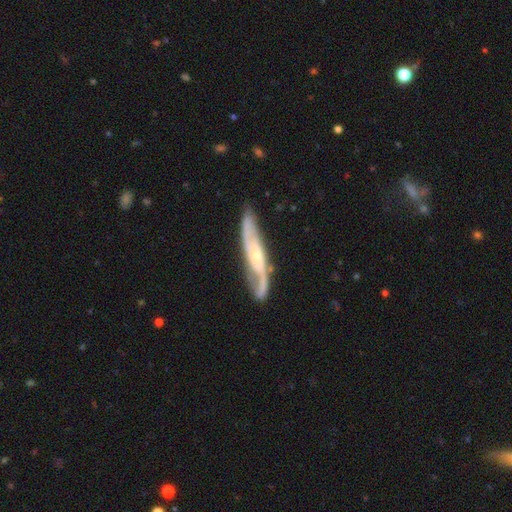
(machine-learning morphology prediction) Q: Smooth or featured?
A: featured or disk (82%); runner-up: smooth (13%)
Q: Edge-on disk?
A: no (69%); runner-up: yes (31%)
Q: Bar?
A: no (54%); runner-up: weak (32%)
Q: Spiral arms?
A: yes (95%); runner-up: no (5%)
Q: Spiral winding?
A: medium (47%); runner-up: loose (28%)
Q: Spiral arm count?
A: 2 (78%); runner-up: can't tell (11%)
Q: Bulge size?
A: small (62%); runner-up: moderate (31%)
Q: Merging?
A: none (75%); runner-up: minor disturbance (17%)